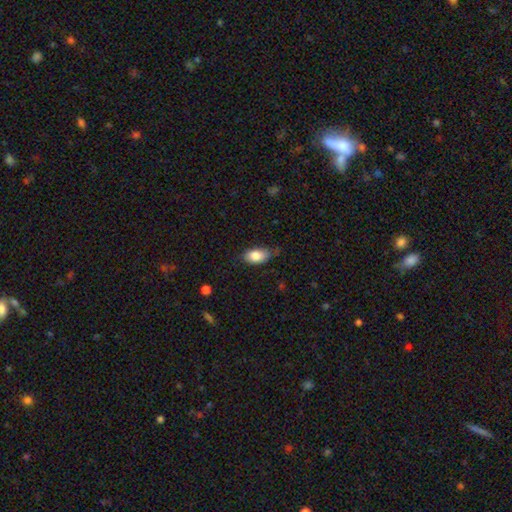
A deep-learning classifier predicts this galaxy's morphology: type=smooth (83%); roundness=in between (91%); merging=none (63%).